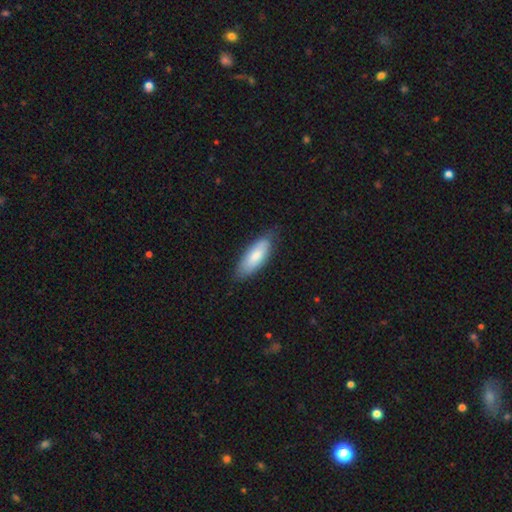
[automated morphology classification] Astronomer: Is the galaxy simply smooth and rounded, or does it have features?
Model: smooth — 77%.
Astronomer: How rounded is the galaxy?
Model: in between — 71%.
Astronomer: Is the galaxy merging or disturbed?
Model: none — 78%.